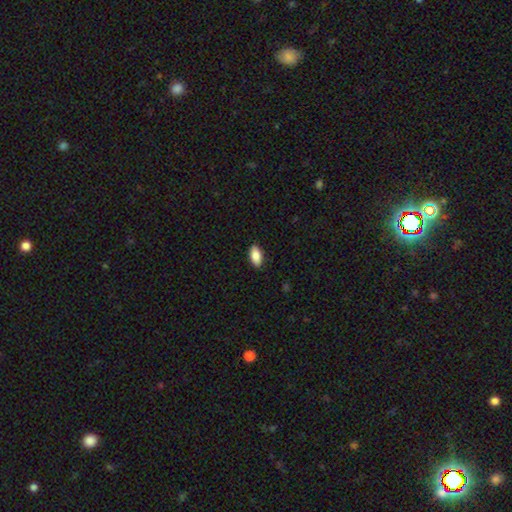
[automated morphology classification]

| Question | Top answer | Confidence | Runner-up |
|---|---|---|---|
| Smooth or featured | smooth | 86% | featured or disk (7%) |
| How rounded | in between | 92% | cigar-shaped (6%) |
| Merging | none | 89% | minor disturbance (8%) |